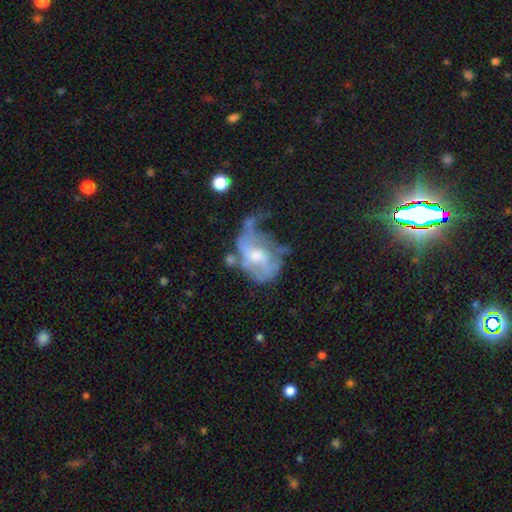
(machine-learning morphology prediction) Overall: featured or disk (72%). Edge-on disk: no (97%). Bar: no (55%; weak 36%). Spiral arms: yes (68%; no 32%). Bulge size: moderate (49%; small 40%). Merging: major disturbance (41%; none 26%).